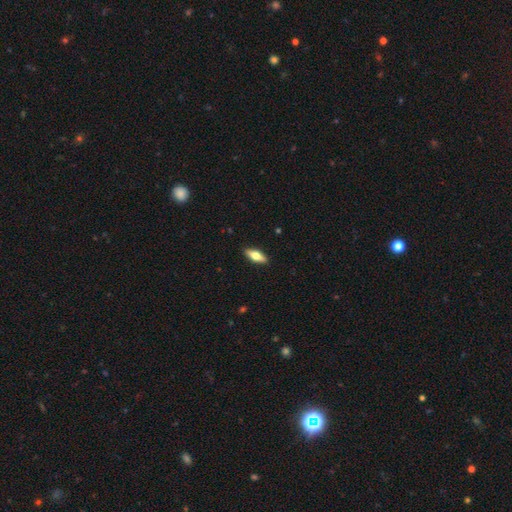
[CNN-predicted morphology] This appears to be a smooth galaxy with no disk features (59%) that is in between round and cigar-shaped (65%). Merging: none (90%).